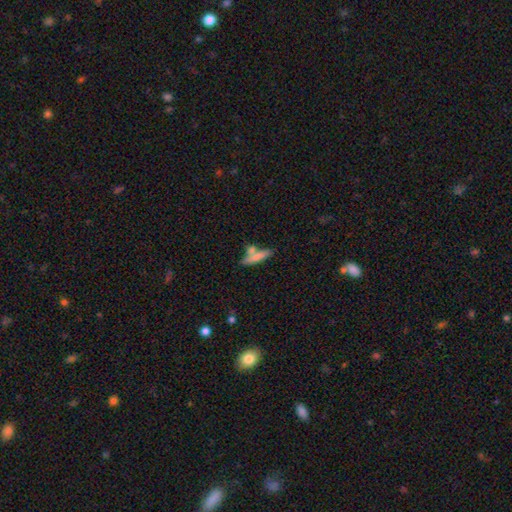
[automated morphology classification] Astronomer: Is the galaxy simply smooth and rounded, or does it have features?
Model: smooth — 71%.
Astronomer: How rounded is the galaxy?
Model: cigar-shaped — 75%.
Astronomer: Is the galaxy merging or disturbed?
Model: none — 50% (runner-up: merger, 32%).